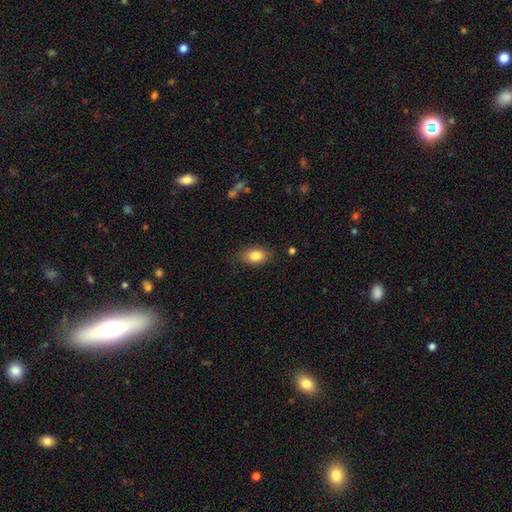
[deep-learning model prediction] Smooth or featured? Predicted: smooth (p=0.83). How rounded? Predicted: in between (p=0.83). Merging? Predicted: none (p=0.78).